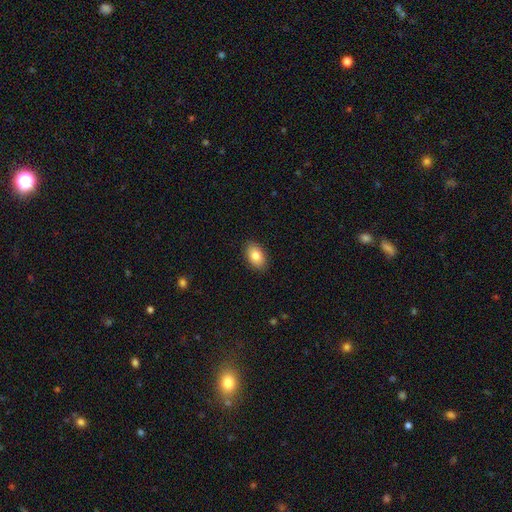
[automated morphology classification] Q: Smooth or featured?
A: smooth (82%); runner-up: featured or disk (11%)
Q: How rounded?
A: in between (90%); runner-up: round (9%)
Q: Merging?
A: none (89%); runner-up: minor disturbance (8%)